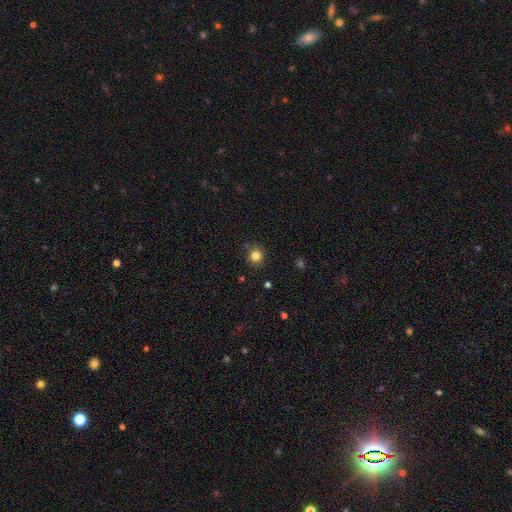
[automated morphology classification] Smooth or featured?
  - smooth: 81% *
  - star or artifact: 13%
  - featured or disk: 6%
How rounded?
  - round: 91% *
  - in between: 8%
  - cigar-shaped: 1%
Merging?
  - none: 87% *
  - minor disturbance: 8%
  - merger: 3%
  - major disturbance: 2%